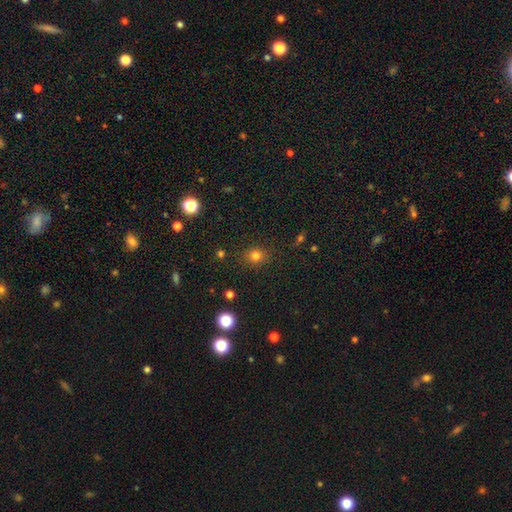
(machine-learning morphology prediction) This appears to be a smooth galaxy with no disk features (77%) that is round (80%). Merging: none (87%).